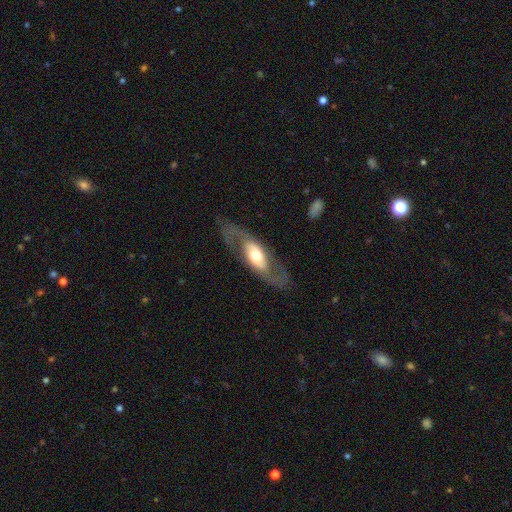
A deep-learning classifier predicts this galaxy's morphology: Smooth or featured? featured or disk (73%)
Edge-on disk? no (83%)
Bar? no (57%)
Spiral arms? yes (70%)
Bulge size? moderate (60%)
Merging? none (74%)